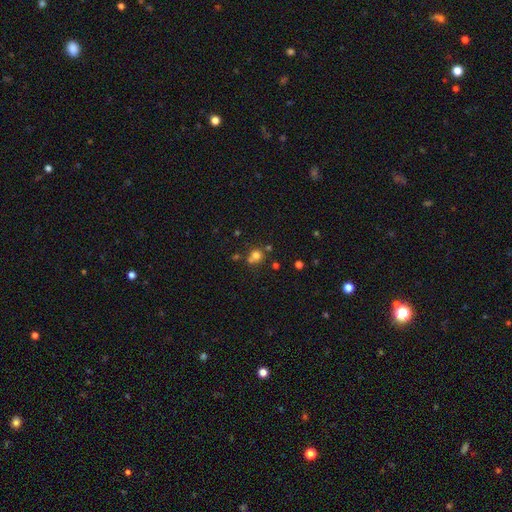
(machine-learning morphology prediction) The model was most divided on "merging": none: 52%, merger: 30%, minor disturbance: 13%, major disturbance: 5%. More confident: how rounded — round (81%); smooth or featured — smooth (73%).